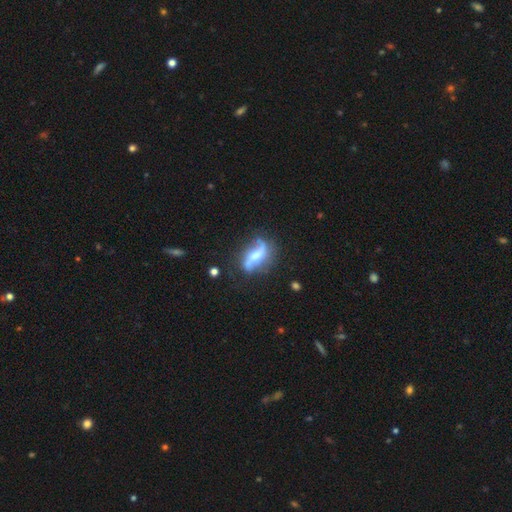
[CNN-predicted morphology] Overall: featured or disk (73%). Edge-on disk: no (88%). Bar: strong (36%; weak 33%). Spiral arms: yes (87%). Spiral arm count: 2 (86%). Spiral winding: loose (80%). Bulge size: moderate (41%; small 26%). Merging: none (61%).